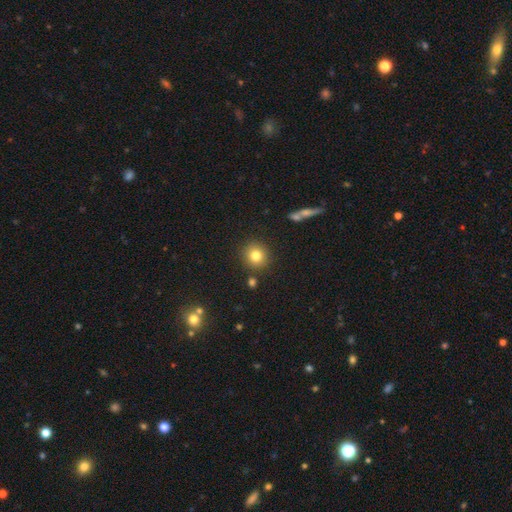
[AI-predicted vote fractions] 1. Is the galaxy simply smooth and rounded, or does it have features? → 80% smooth, 12% star or artifact, 8% featured or disk.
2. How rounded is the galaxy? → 90% round, 9% in between, 1% cigar-shaped.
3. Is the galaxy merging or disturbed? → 87% none, 7% minor disturbance, 4% merger, 2% major disturbance.